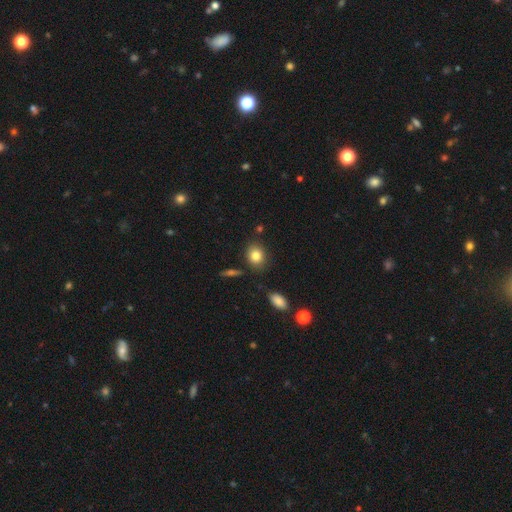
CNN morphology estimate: Smooth or featured: smooth — 82% (star or artifact — 9%)
How rounded: round — 55% (in between — 43%)
Merging: none — 82% (minor disturbance — 11%)